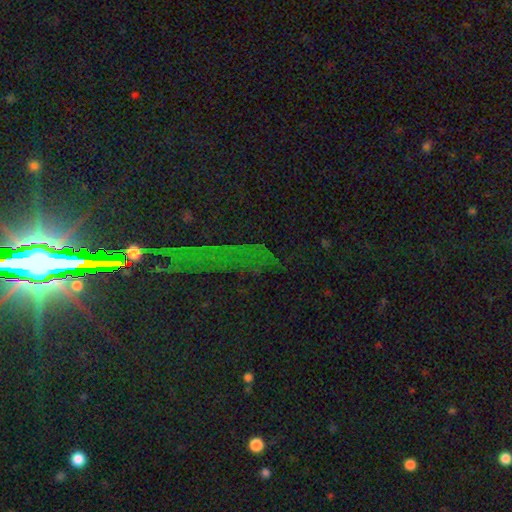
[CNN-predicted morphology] This is likely a star or artifact rather than a galaxy (80%).